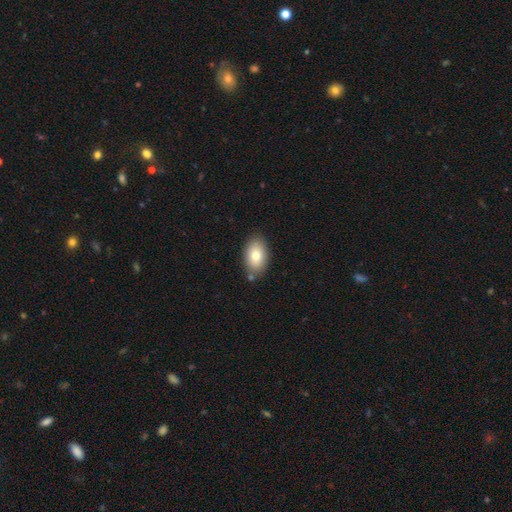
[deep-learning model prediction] Overall: smooth (79%). How rounded: in between (90%). Merging: none (80%).